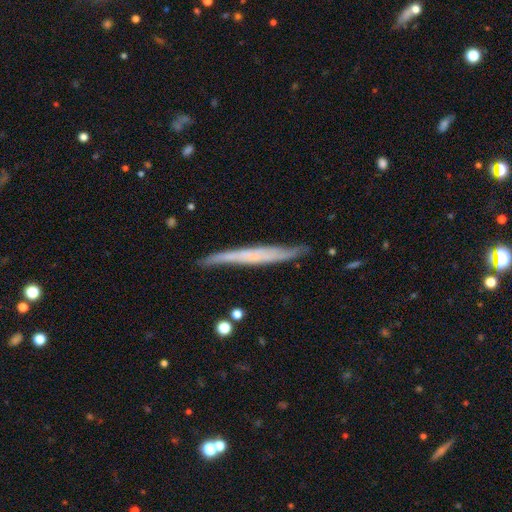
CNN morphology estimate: smooth_or_featured: featured or disk (p=0.58) [alt: smooth p=0.34]
disk_edge_on: yes (p=0.90) [alt: no p=0.10]
edge_on_bulge: none (p=0.75) [alt: rounded p=0.16]
merging: none (p=0.80) [alt: minor disturbance p=0.15]